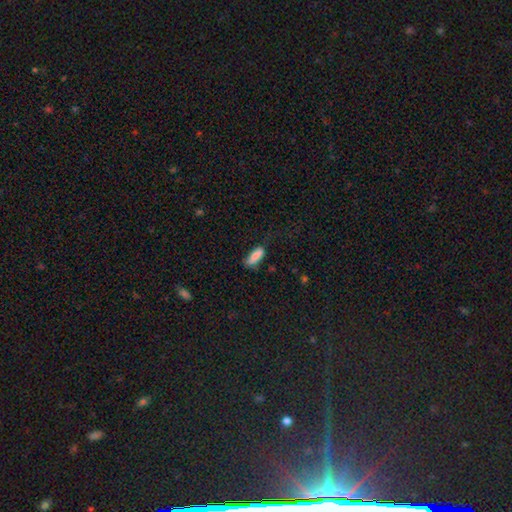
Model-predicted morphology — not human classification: Smooth or featured? Predicted: smooth (p=0.82). How rounded? Predicted: in between (p=0.67). Merging? Predicted: none (p=0.52).